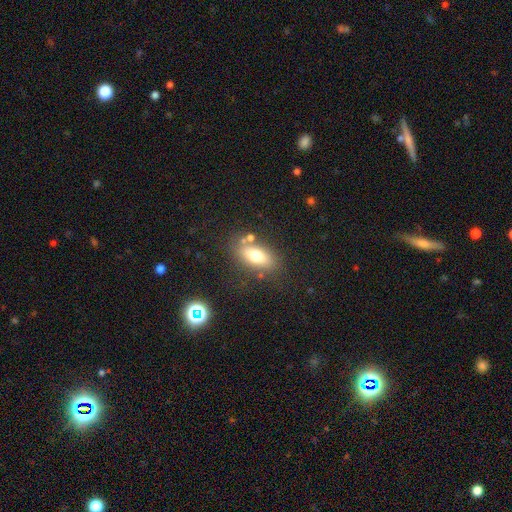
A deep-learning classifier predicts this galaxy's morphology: Smooth or featured? smooth (69%)
How rounded? in between (81%)
Merging? none (73%)